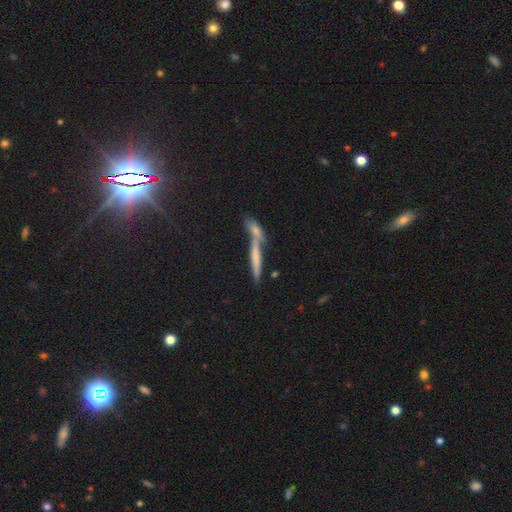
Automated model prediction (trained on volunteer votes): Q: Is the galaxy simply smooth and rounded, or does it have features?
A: smooth — 49%.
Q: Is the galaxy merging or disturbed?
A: none — 48%.